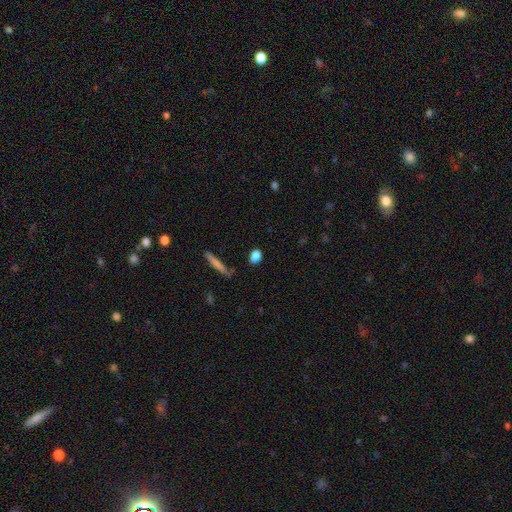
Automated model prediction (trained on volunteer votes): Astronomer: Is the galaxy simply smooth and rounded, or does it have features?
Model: smooth — 85%.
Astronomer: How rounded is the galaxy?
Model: in between — 72%.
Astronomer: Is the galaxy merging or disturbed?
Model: none — 79%.